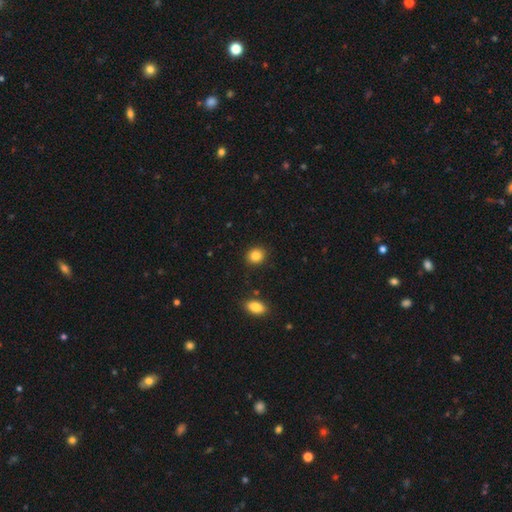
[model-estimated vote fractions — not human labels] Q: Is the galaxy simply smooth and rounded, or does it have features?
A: smooth — 86%.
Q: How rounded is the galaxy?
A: round — 76%.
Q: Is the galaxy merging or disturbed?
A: none — 90%.